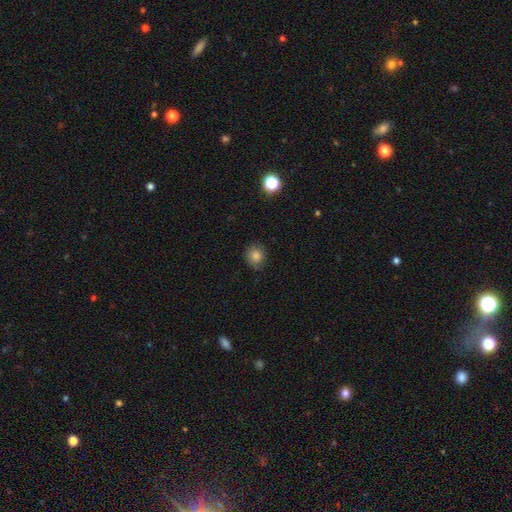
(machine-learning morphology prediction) type=smooth (82%); roundness=round (81%); merging=none (83%).